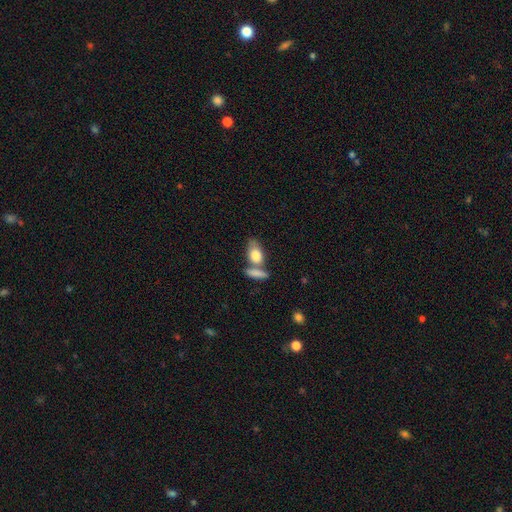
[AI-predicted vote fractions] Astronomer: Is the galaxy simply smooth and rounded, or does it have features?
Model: smooth — 80%.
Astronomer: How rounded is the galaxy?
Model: in between — 84%.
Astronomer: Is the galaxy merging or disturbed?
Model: none — 40%, tied with merger at 40%.